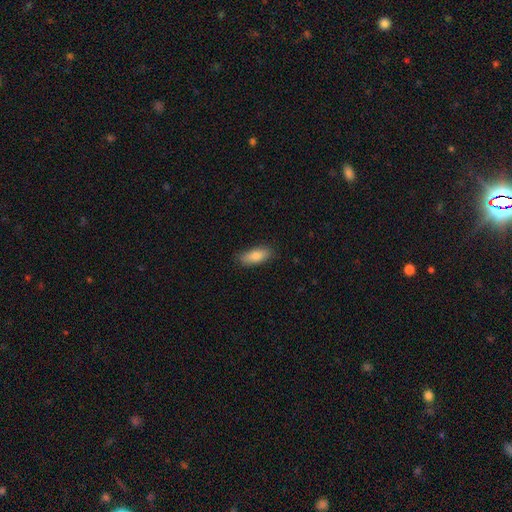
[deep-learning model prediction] The model was most divided on "how rounded": in between: 76%, cigar-shaped: 22%, round: 2%. More confident: merging — none (84%); smooth or featured — smooth (83%).